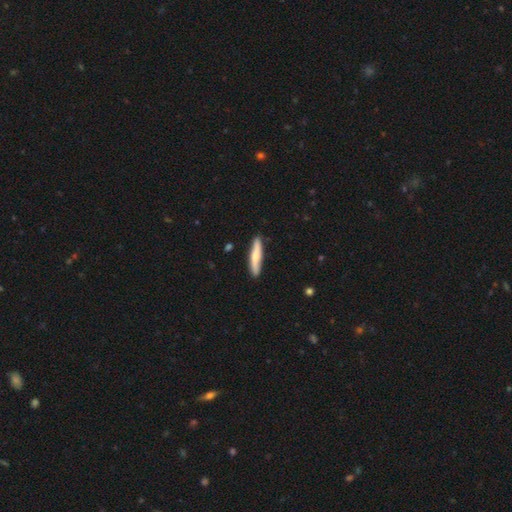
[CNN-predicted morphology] Q: Smooth or featured?
A: smooth (67%); runner-up: featured or disk (28%)
Q: How rounded?
A: cigar-shaped (89%); runner-up: in between (9%)
Q: Merging?
A: none (88%); runner-up: minor disturbance (9%)